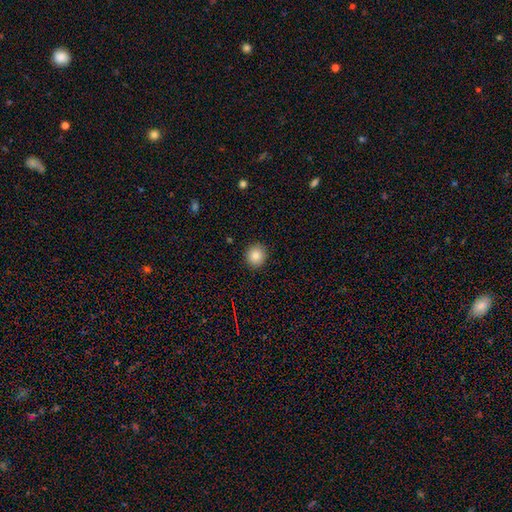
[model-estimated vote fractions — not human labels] smooth-or-featured: smooth: 85% | star or artifact: 9% | featured or disk: 5%
  how-rounded: round: 86% | in between: 13% | cigar-shaped: 1%
  merging: none: 91% | minor disturbance: 6% | major disturbance: 2% | merger: 1%